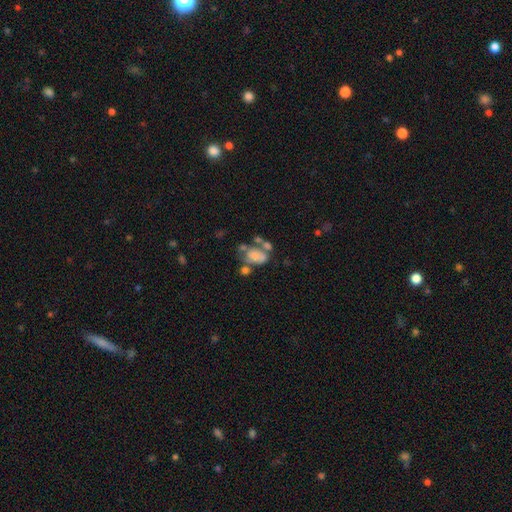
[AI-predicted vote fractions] Smooth or featured: smooth — 58% (featured or disk — 31%)
How rounded: in between — 85% (round — 14%)
Merging: merger — 42% (none — 22%)